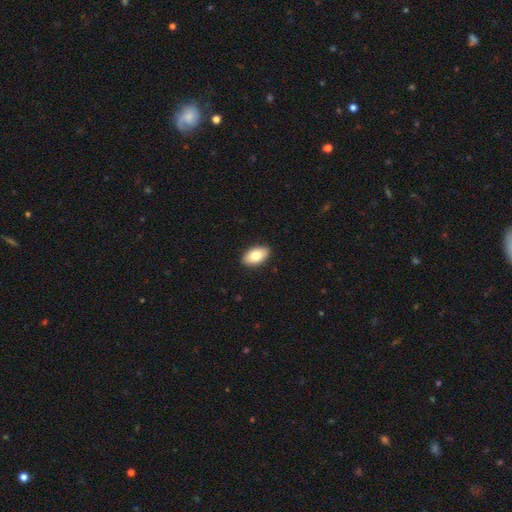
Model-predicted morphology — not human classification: Smooth or featured: smooth — 81% (featured or disk — 13%)
How rounded: in between — 94% (round — 4%)
Merging: none — 90% (minor disturbance — 7%)